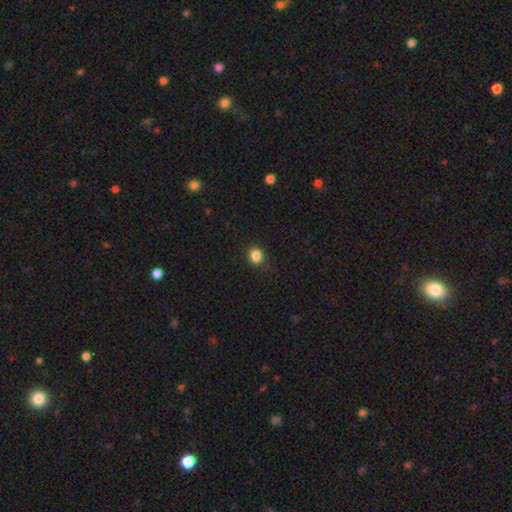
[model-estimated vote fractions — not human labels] Smooth or featured?
  - smooth: 85% *
  - star or artifact: 12%
  - featured or disk: 4%
How rounded?
  - round: 77% *
  - in between: 22%
  - cigar-shaped: 1%
Merging?
  - none: 86% *
  - minor disturbance: 11%
  - major disturbance: 3%
  - merger: 1%